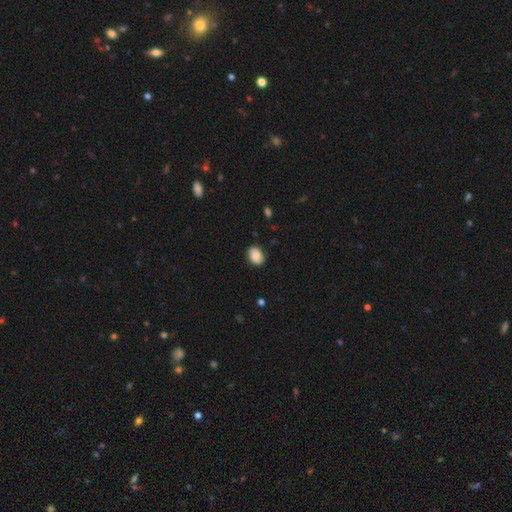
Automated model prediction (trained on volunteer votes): smooth_or_featured: smooth (p=0.79) [alt: featured or disk p=0.13]
how_rounded: in between (p=0.69) [alt: round p=0.30]
merging: none (p=0.82) [alt: minor disturbance p=0.14]